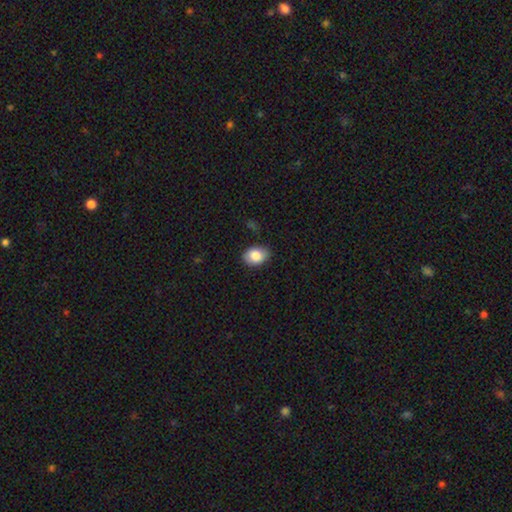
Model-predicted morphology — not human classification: Overall: smooth (85%). How rounded: in between (73%). Merging: none (82%).